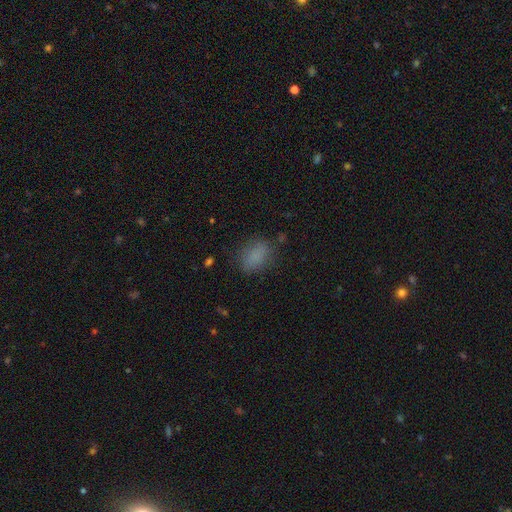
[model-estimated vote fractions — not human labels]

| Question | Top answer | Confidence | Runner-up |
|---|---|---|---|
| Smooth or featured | smooth | 81% | star or artifact (12%) |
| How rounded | in between | 79% | round (19%) |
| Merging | none | 75% | minor disturbance (16%) |